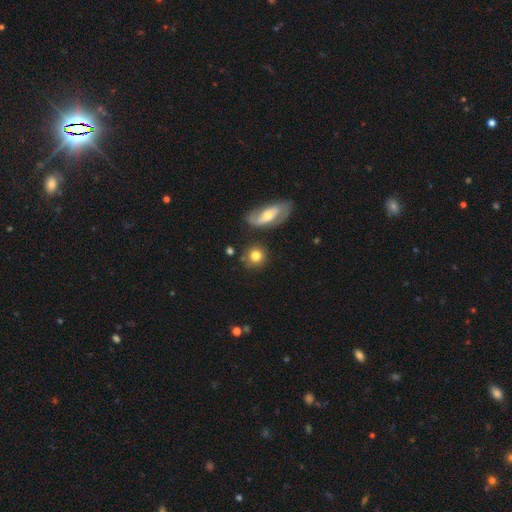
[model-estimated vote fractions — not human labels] smooth_or_featured: smooth (p=0.75) [alt: featured or disk p=0.16]
how_rounded: round (p=0.87) [alt: in between p=0.11]
merging: none (p=0.74) [alt: minor disturbance p=0.13]